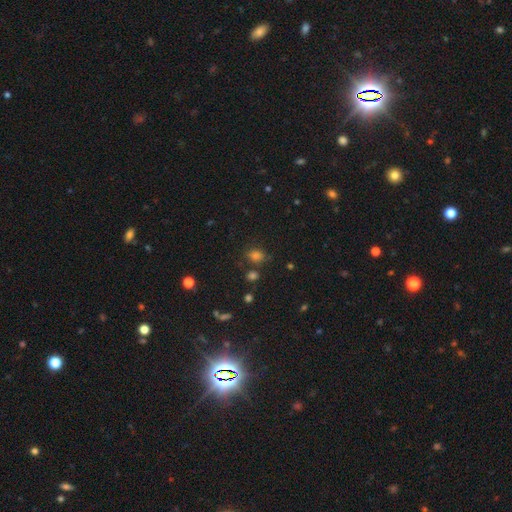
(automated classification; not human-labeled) This is likely a smooth galaxy (66%). How rounded: possibly round (51%). Merging: likely none (71%).